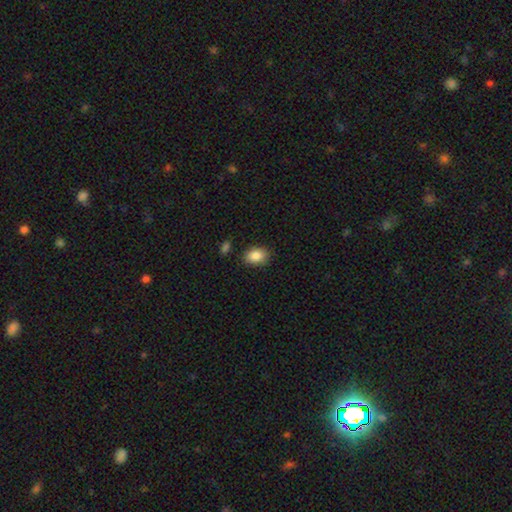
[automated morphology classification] The model was most divided on "how rounded": in between: 77%, round: 22%, cigar-shaped: 1%. More confident: smooth or featured — smooth (87%); merging — none (82%).